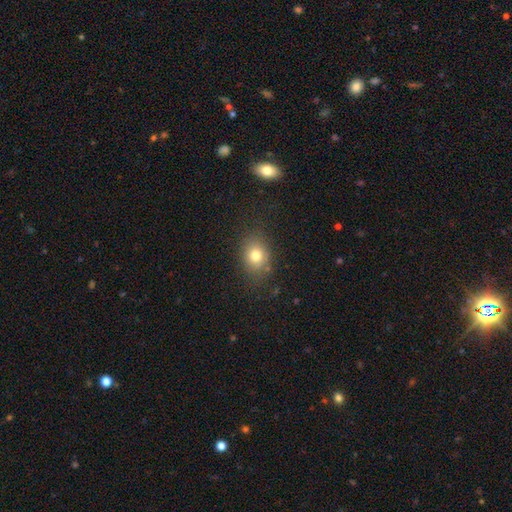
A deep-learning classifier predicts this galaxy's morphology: This appears to be a smooth galaxy with no disk features (78%) that is in between round and cigar-shaped (51%). Merging: none (79%).